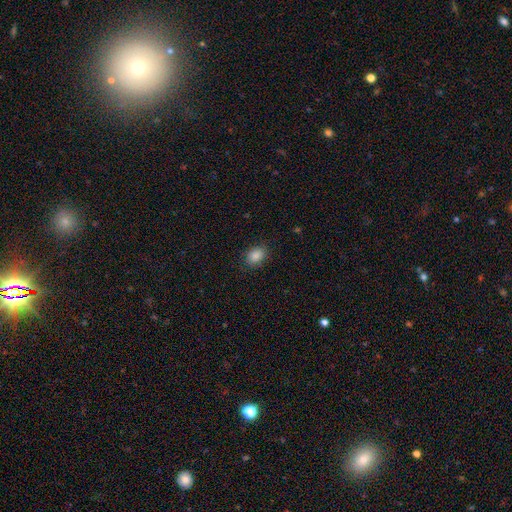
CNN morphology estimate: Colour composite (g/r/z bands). It shows a smooth galaxy with no disk features (87%) that is in between round and cigar-shaped (69%). Merging: none (86%).